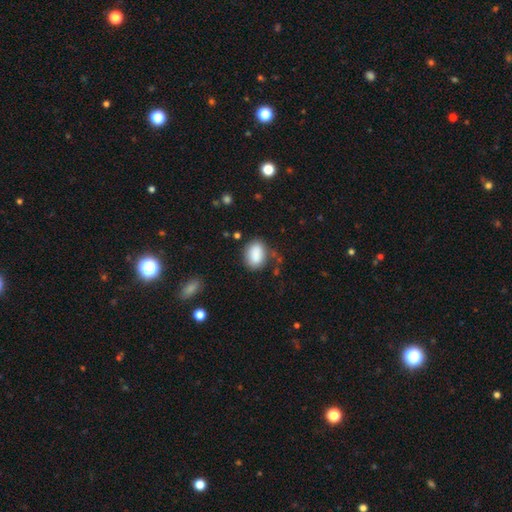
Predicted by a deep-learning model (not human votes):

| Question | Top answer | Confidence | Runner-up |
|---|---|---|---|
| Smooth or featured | smooth | 87% | star or artifact (7%) |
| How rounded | in between | 76% | round (23%) |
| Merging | none | 73% | minor disturbance (18%) |